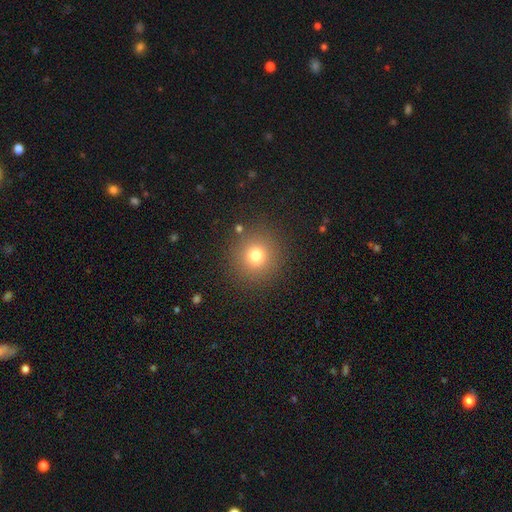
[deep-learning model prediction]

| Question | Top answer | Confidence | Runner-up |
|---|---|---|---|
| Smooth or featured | smooth | 76% | star or artifact (16%) |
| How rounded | round | 94% | in between (5%) |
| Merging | none | 88% | minor disturbance (7%) |